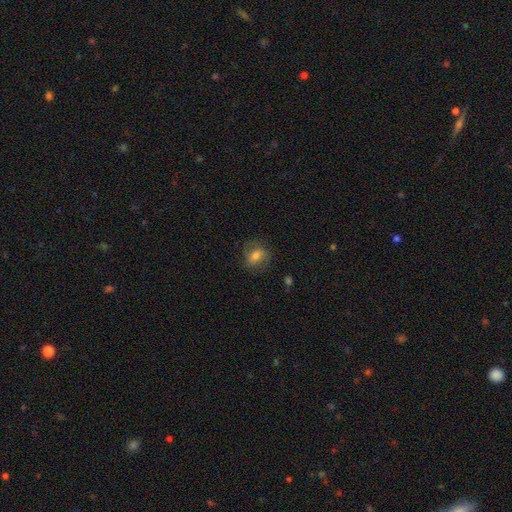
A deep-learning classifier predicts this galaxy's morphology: This appears to be a smooth galaxy with no disk features (59%) that is round (56%). Merging: none (72%).